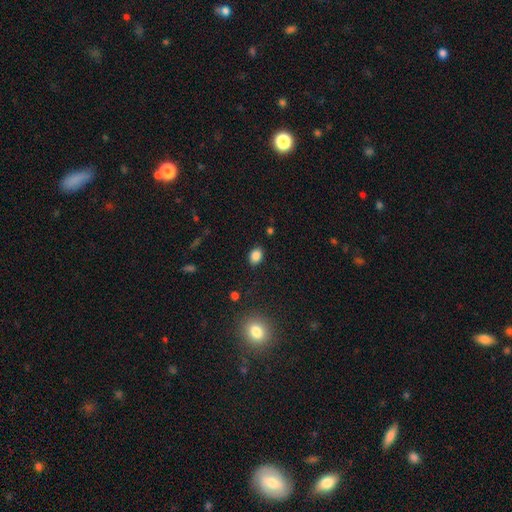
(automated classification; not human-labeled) Smooth or featured? smooth (85%)
How rounded? in between (67%)
Merging? none (87%)